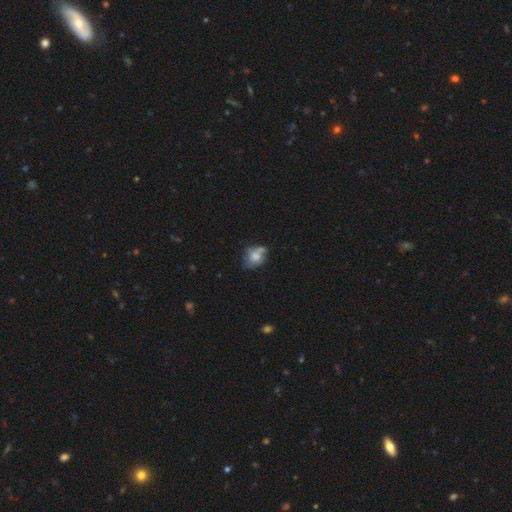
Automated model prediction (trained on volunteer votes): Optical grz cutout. It shows a smooth galaxy with no disk features (63%) that is in between round and cigar-shaped (57%). Merging: none (40%).